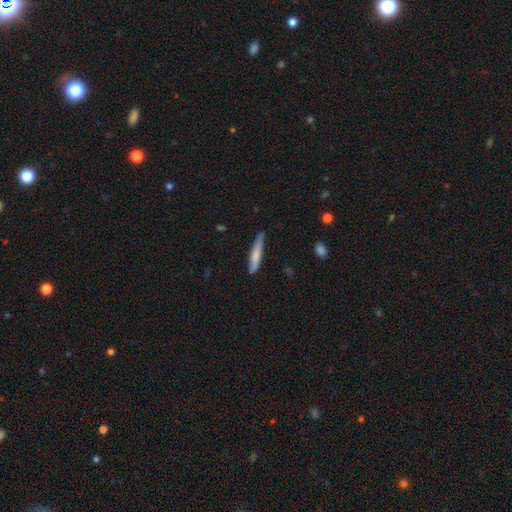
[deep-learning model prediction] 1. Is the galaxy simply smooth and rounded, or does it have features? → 72% smooth, 22% featured or disk, 6% star or artifact.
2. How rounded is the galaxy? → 92% cigar-shaped, 6% in between, 1% round.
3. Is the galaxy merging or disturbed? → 75% none, 20% minor disturbance, 3% major disturbance, 2% merger.